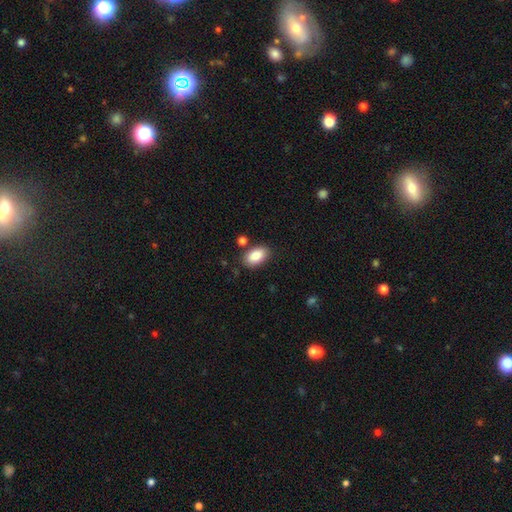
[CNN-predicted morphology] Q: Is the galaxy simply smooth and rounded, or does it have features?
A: smooth — 86%.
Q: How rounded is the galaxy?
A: in between — 92%.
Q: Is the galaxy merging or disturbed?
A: none — 81%.